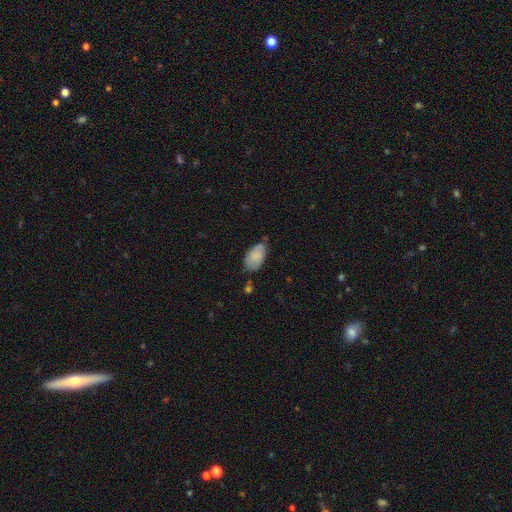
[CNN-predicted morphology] smooth-or-featured: smooth: 82% | featured or disk: 11% | star or artifact: 7%
  how-rounded: in between: 94% | round: 4% | cigar-shaped: 2%
  merging: none: 56% | minor disturbance: 33% | major disturbance: 6% | merger: 5%